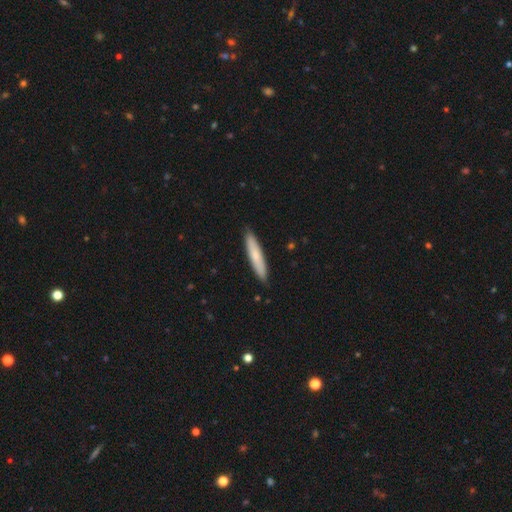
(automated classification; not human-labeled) Overall: smooth (73%). How rounded: cigar-shaped (90%). Merging: none (89%).